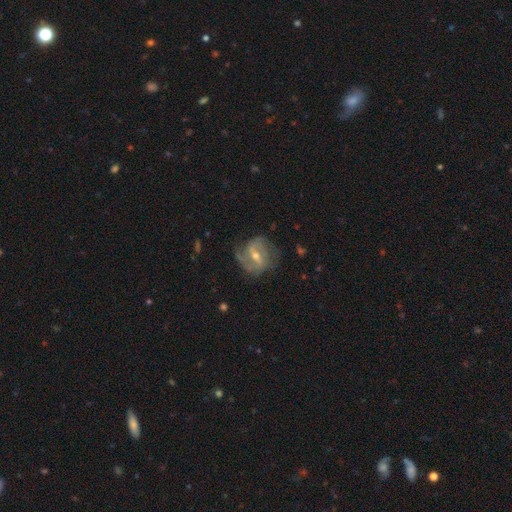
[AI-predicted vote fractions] featured or disk 80%, smooth 12%, star or artifact 8%. Down the decision tree: edge-on disk — no (97%); bar — weak (51%); spiral arms — yes (92%); spiral arm count — 2 (53%); spiral winding — medium (44%); bulge size — moderate (53%); merging — none (69%).